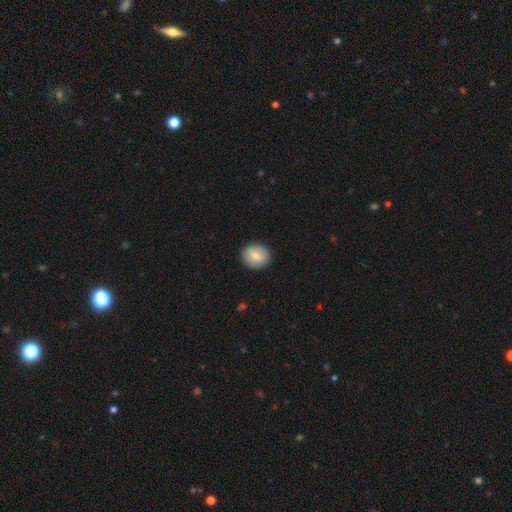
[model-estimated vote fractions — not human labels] smooth 77%, featured or disk 17%, star or artifact 7%. Down the decision tree: how rounded — round (72%); merging — none (90%).